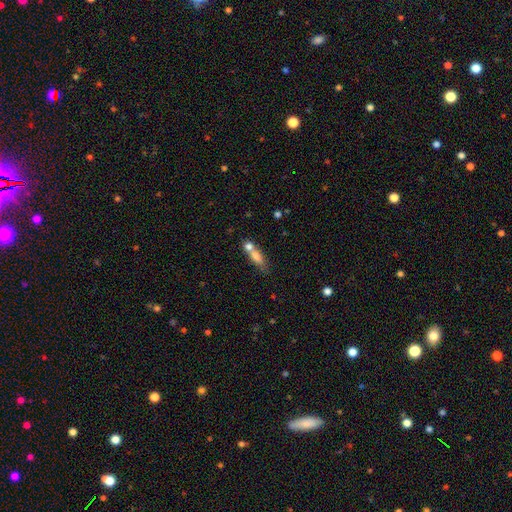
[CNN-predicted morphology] Smooth or featured? smooth (71%)
How rounded? in between (59%)
Merging? merger (50%)